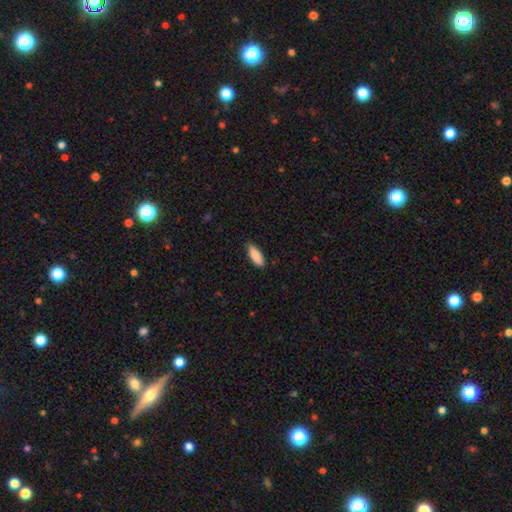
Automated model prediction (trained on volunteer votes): Smooth or featured? smooth (88%)
How rounded? in between (74%)
Merging? none (84%)